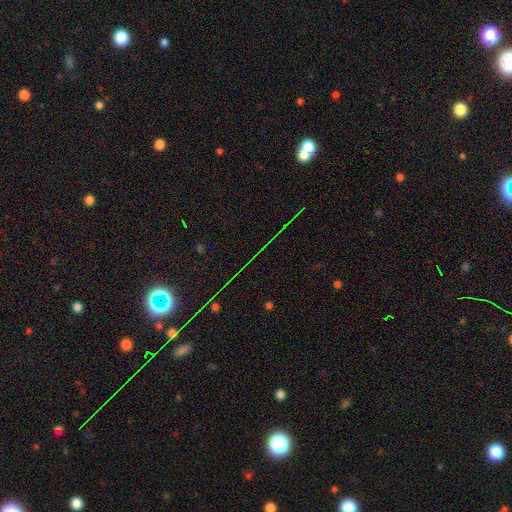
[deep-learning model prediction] The model was most divided on "smooth or featured": star or artifact: 74%, smooth: 16%, featured or disk: 10%.